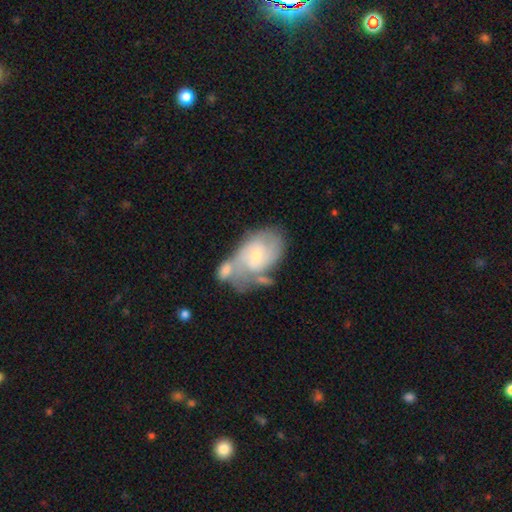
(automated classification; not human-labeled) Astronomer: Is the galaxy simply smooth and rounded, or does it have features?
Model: featured or disk — 68%.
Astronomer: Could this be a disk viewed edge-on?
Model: no — 96%.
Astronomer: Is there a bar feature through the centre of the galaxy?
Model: no — 53% (runner-up: weak, 39%).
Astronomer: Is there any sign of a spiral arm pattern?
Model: yes — 84%.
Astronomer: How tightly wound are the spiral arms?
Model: tight — 45% (runner-up: medium, 40%).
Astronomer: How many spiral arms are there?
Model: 2 — 45% (runner-up: can't tell, 35%).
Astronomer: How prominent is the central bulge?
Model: small — 66%.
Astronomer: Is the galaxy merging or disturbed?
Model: merger — 43% (runner-up: none, 28%).